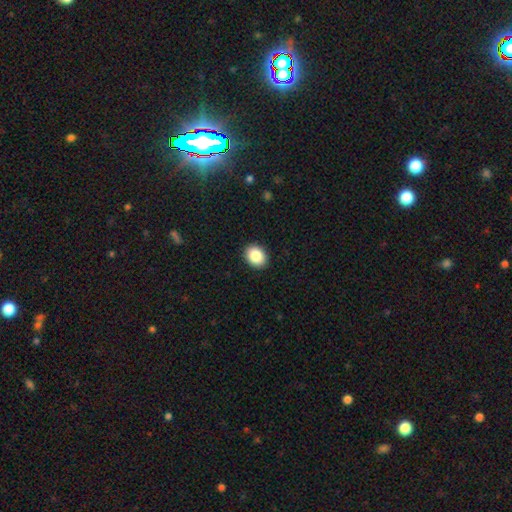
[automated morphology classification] Smooth or featured? Predicted: smooth (p=0.87). How rounded? Predicted: in between (p=0.50). Merging? Predicted: none (p=0.91).